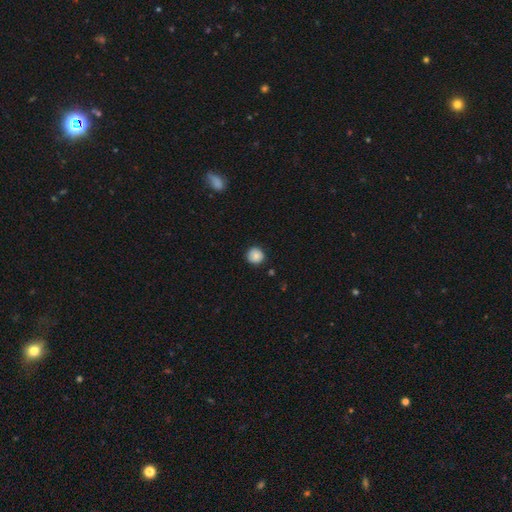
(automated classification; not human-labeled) A smooth galaxy with no disk features (85%) that is round (93%). Merging: none (86%).